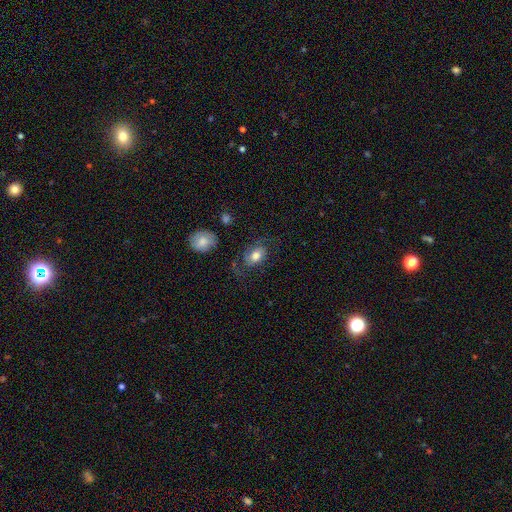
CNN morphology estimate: smooth_or_featured: smooth (p=0.49) [alt: featured or disk p=0.43]
merging: none (p=0.55) [alt: major disturbance p=0.22]